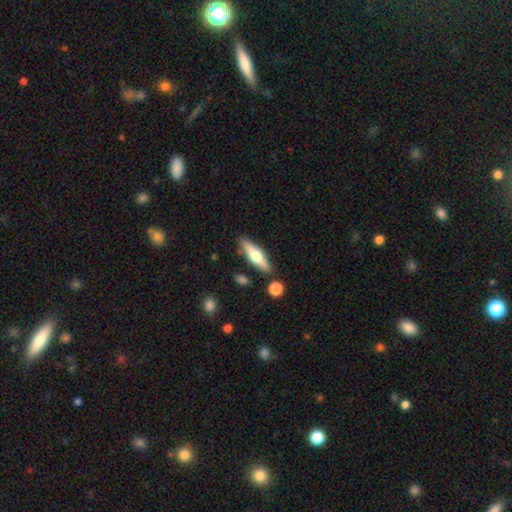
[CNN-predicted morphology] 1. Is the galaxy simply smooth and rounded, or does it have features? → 48% smooth, 46% featured or disk, 6% star or artifact.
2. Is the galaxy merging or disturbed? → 84% none, 10% minor disturbance, 4% merger, 2% major disturbance.